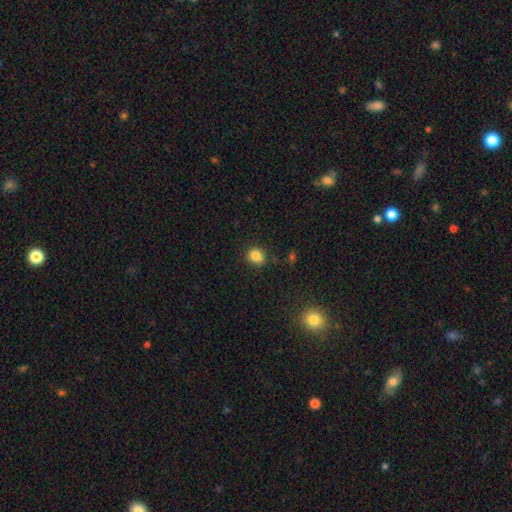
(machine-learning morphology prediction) Q: Smooth or featured?
A: smooth (82%); runner-up: star or artifact (11%)
Q: How rounded?
A: in between (49%); tied with: round (49%)
Q: Merging?
A: none (64%); runner-up: minor disturbance (21%)